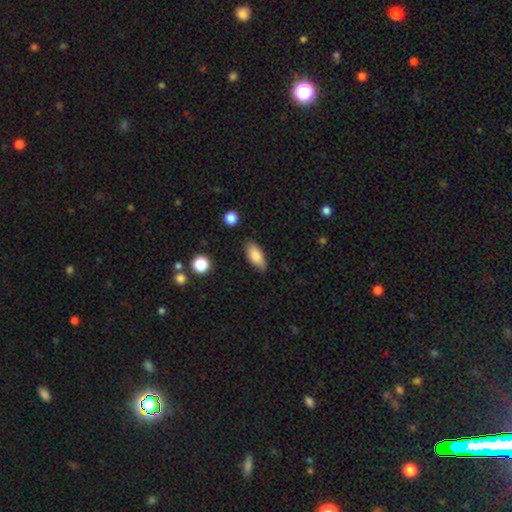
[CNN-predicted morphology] Q: Smooth or featured?
A: smooth (83%); runner-up: featured or disk (10%)
Q: How rounded?
A: in between (85%); runner-up: cigar-shaped (13%)
Q: Merging?
A: none (81%); runner-up: minor disturbance (15%)